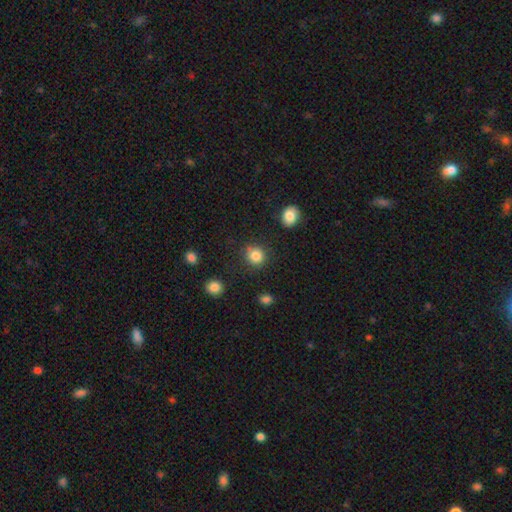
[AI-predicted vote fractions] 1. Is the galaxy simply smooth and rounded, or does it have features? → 84% smooth, 11% star or artifact, 5% featured or disk.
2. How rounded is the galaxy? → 88% round, 11% in between, 1% cigar-shaped.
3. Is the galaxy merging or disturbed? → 82% none, 11% minor disturbance, 4% merger, 3% major disturbance.